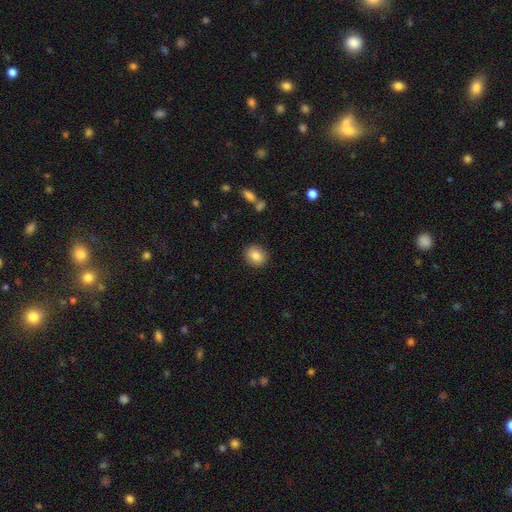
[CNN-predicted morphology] smooth-or-featured: smooth: 85% | star or artifact: 8% | featured or disk: 7%
  how-rounded: round: 69% | in between: 30% | cigar-shaped: 1%
  merging: none: 89% | minor disturbance: 7% | major disturbance: 2% | merger: 1%